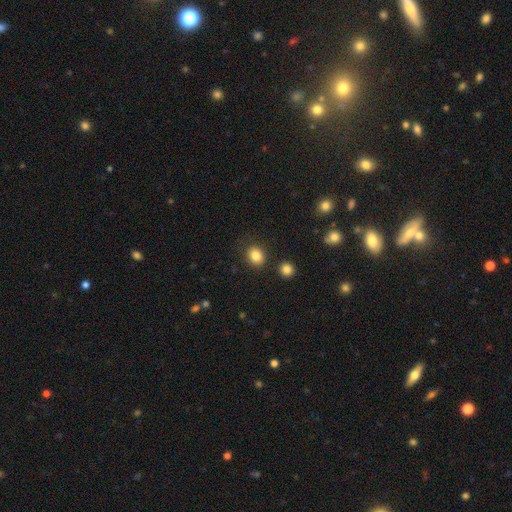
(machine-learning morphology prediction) The model was most divided on "how rounded": round: 67%, in between: 32%, cigar-shaped: 1%. More confident: smooth or featured — smooth (85%); merging — none (84%).